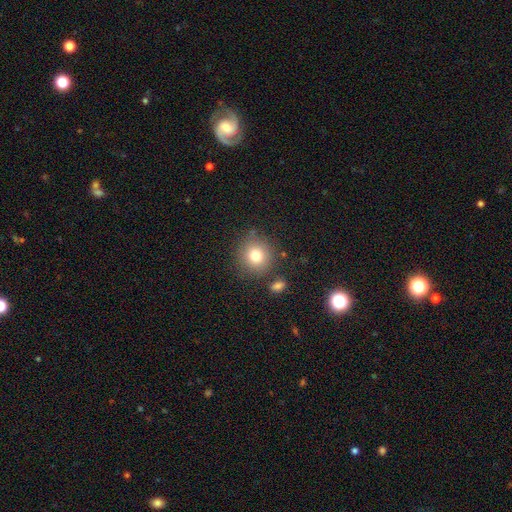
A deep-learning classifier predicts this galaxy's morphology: smooth_or_featured: smooth (p=0.78) [alt: star or artifact p=0.12]
how_rounded: round (p=0.90) [alt: in between p=0.09]
merging: none (p=0.81) [alt: minor disturbance p=0.10]